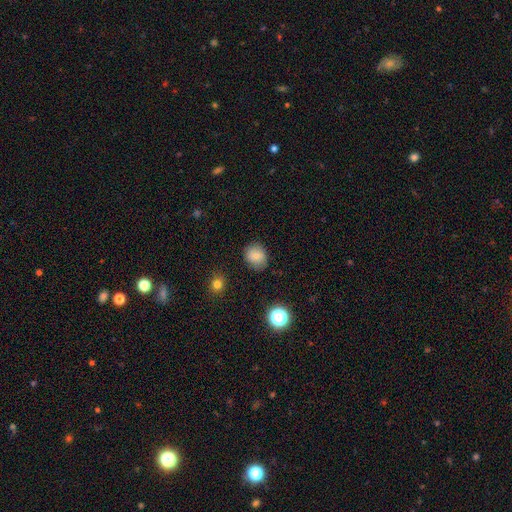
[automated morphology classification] smooth_or_featured: smooth (p=0.81) [alt: star or artifact p=0.11]
how_rounded: round (p=0.68) [alt: in between p=0.31]
merging: none (p=0.81) [alt: minor disturbance p=0.14]